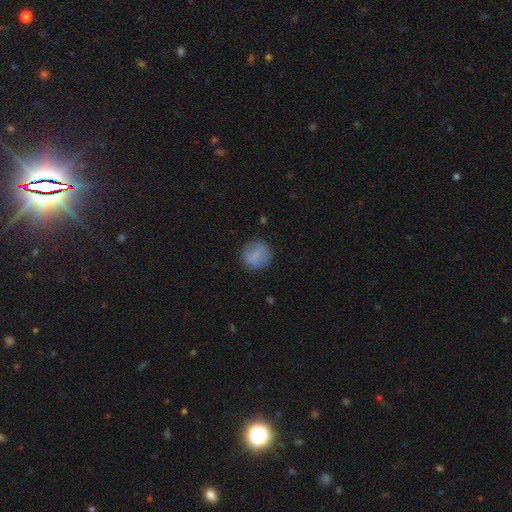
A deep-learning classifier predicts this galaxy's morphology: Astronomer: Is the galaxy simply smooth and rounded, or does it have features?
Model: smooth — 81%.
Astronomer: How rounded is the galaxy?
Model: round — 88%.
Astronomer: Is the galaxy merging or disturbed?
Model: none — 82%.